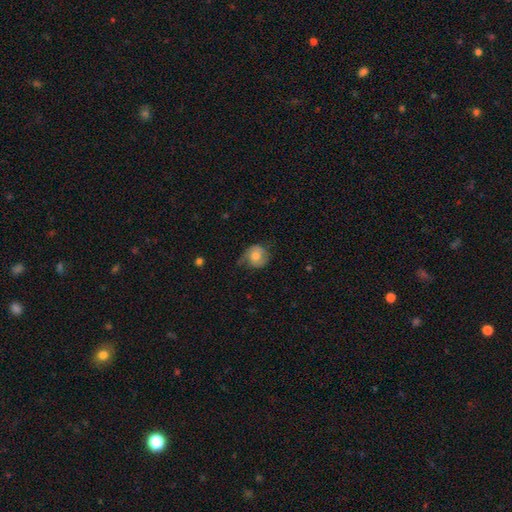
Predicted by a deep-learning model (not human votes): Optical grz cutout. It shows a smooth galaxy with no disk features (59%) that is round (77%). Merging: none (50%).